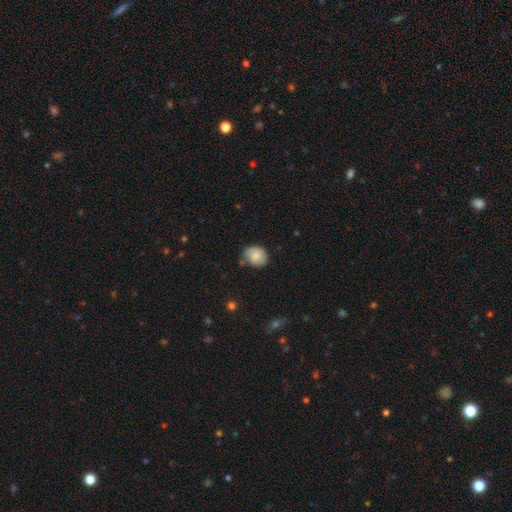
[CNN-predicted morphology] This appears to be a smooth galaxy with no disk features (75%) that is round (65%). Merging: none (70%).